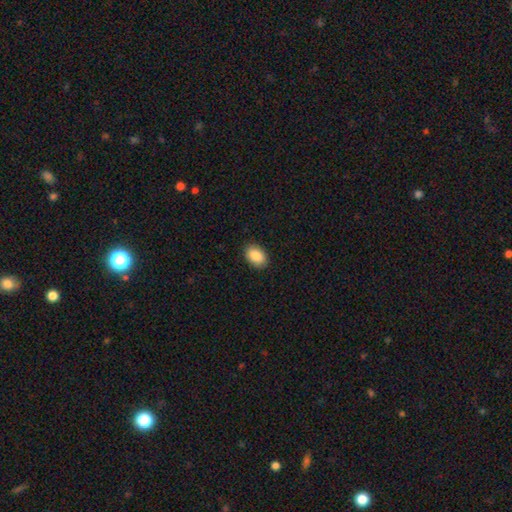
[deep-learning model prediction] The model was most divided on "how rounded": in between: 86%, round: 13%, cigar-shaped: 1%. More confident: merging — none (89%); smooth or featured — smooth (88%).